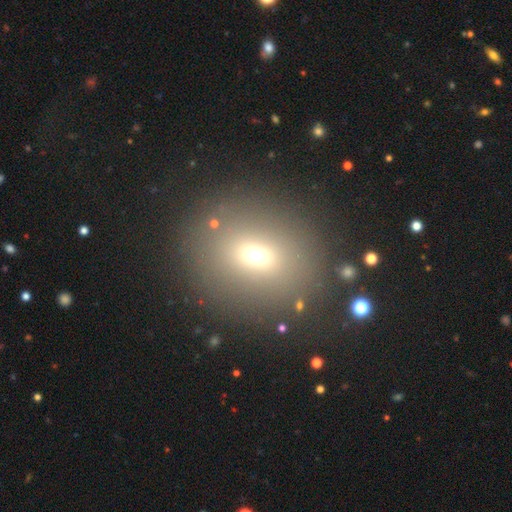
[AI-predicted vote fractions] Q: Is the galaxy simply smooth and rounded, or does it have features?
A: smooth — 63%.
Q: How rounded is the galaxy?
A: round — 62%.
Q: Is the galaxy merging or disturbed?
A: none — 84%.